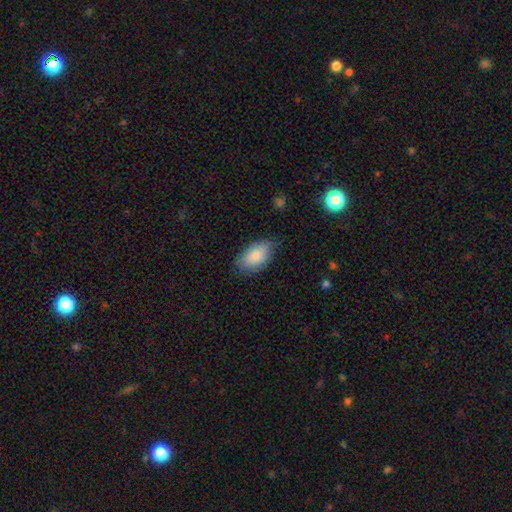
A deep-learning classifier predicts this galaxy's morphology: Smooth or featured: smooth — 86% (featured or disk — 8%)
How rounded: in between — 94% (round — 4%)
Merging: none — 69% (minor disturbance — 25%)